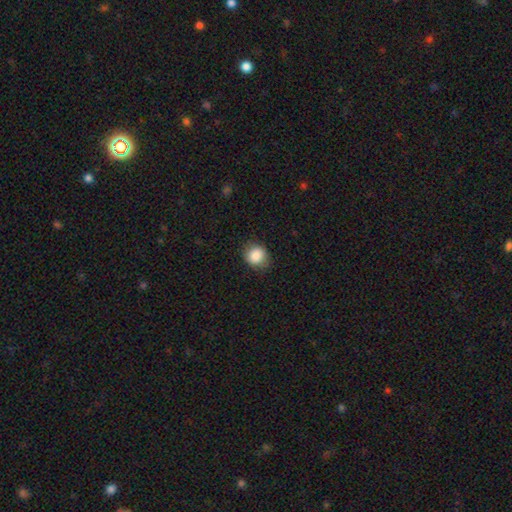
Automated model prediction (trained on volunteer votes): The model was most divided on "how rounded": round: 78%, in between: 21%, cigar-shaped: 1%. More confident: smooth or featured — smooth (86%); merging — none (80%).